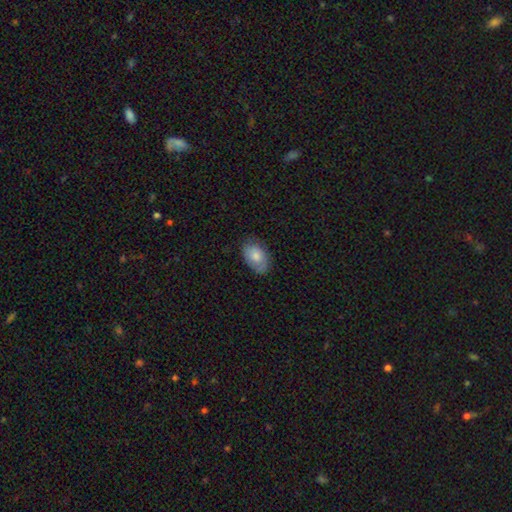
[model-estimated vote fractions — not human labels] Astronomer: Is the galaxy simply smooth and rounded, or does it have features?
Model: smooth — 74%.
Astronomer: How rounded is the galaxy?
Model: in between — 88%.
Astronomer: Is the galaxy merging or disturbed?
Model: none — 74%.